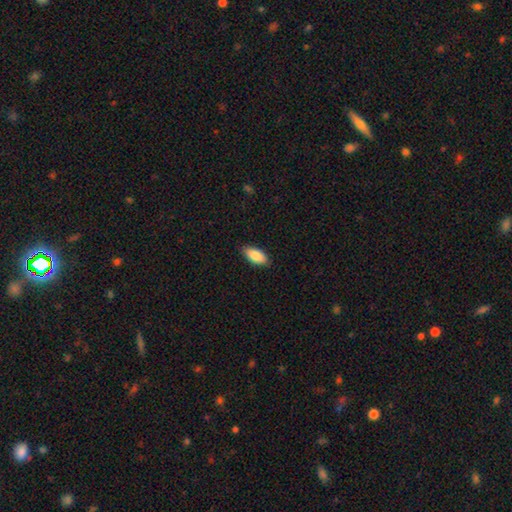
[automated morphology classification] Smooth or featured: smooth — 87% (featured or disk — 7%)
How rounded: in between — 87% (cigar-shaped — 11%)
Merging: none — 86% (minor disturbance — 11%)